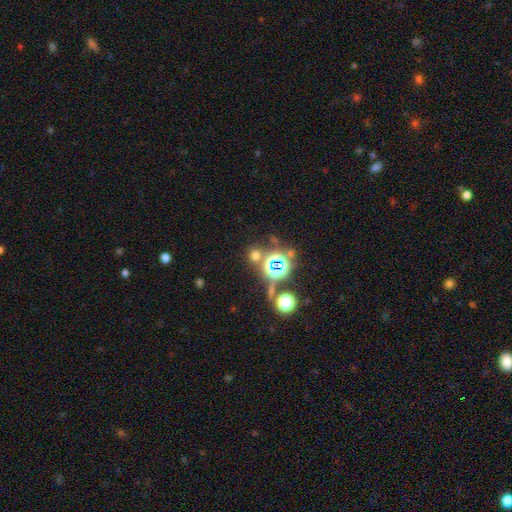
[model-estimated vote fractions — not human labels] smooth_or_featured: star or artifact (p=0.46) [tied with: smooth p=0.46]